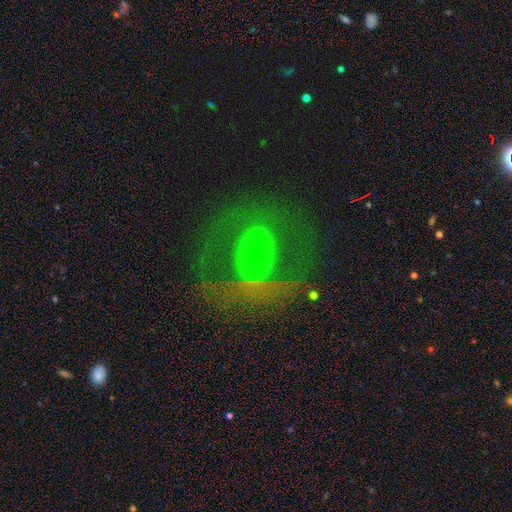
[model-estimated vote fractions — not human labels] Smooth or featured? featured or disk (48%)
Merging? none (63%)